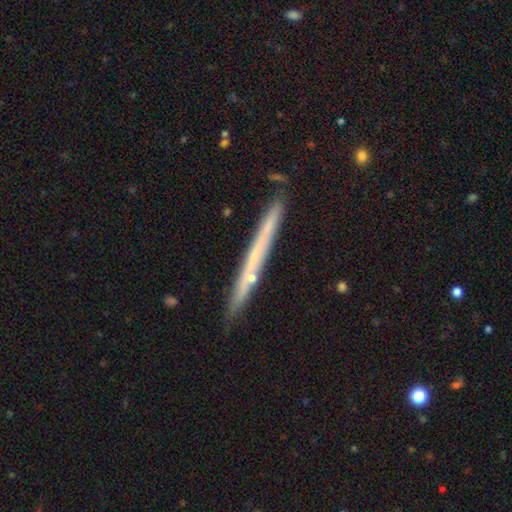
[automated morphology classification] Smooth or featured? featured or disk (52%)
Edge-on disk? yes (96%)
Merging? none (88%)